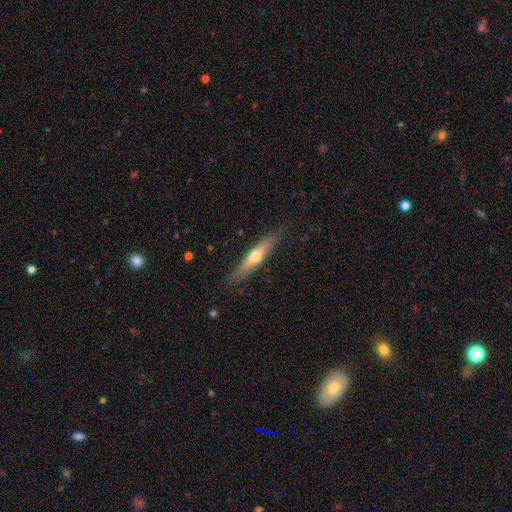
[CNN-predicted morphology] This is possibly a featured or disk galaxy (52%). It is clearly viewed edge-on (92%). Merging: clearly none (86%).